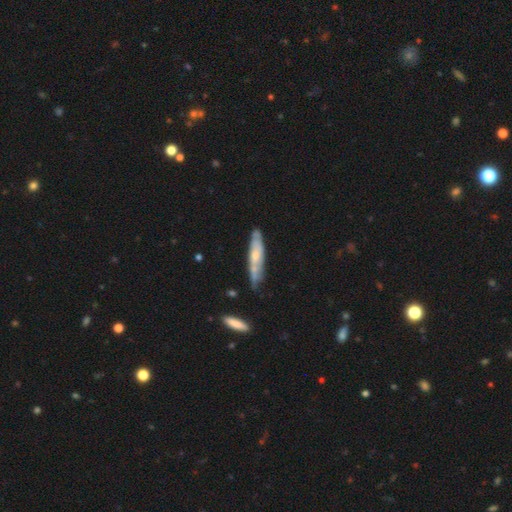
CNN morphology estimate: featured or disk 52%, smooth 42%, star or artifact 6%. Down the decision tree: edge-on disk — yes (52%); merging — none (67%).